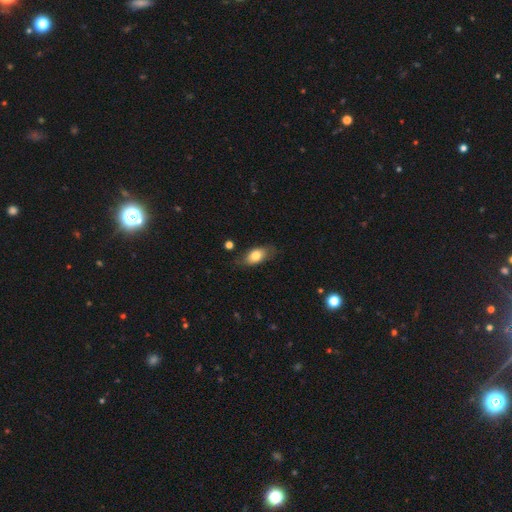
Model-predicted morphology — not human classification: This is likely a smooth galaxy (76%). How rounded: clearly in between (88%). Merging: likely none (69%).